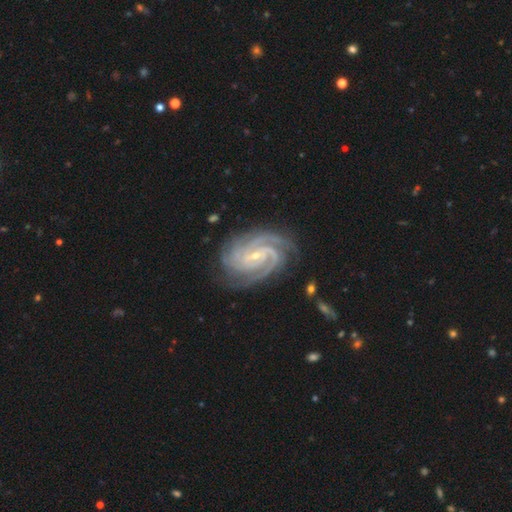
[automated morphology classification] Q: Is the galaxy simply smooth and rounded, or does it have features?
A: featured or disk — 93%.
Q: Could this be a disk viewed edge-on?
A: no — 98%.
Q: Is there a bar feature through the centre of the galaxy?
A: weak — 39%.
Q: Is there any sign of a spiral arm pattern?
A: yes — 99%.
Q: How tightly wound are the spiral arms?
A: tight — 75%.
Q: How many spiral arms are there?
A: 3 — 34%.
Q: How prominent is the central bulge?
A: small — 79%.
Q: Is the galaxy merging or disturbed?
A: none — 78%.